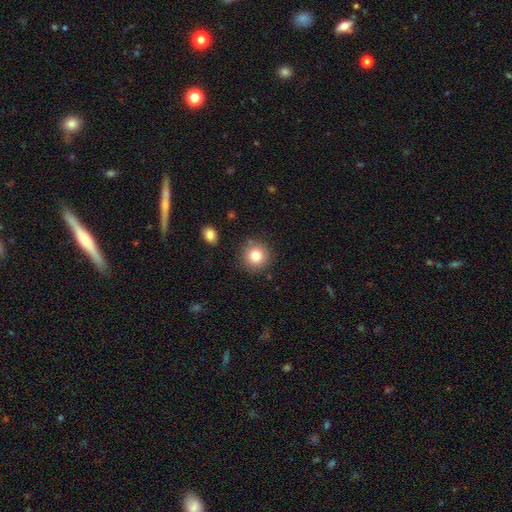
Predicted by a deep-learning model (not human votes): This appears to be a smooth galaxy with no disk features (81%) that is round (93%). Merging: none (87%).